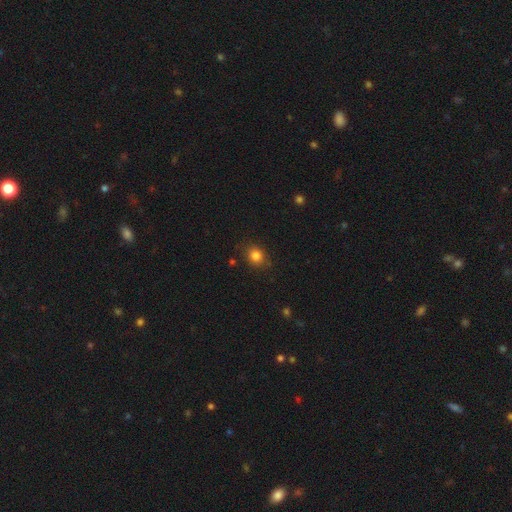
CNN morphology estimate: Smooth or featured?
  - smooth: 82% *
  - star or artifact: 11%
  - featured or disk: 6%
How rounded?
  - round: 61% *
  - in between: 38%
  - cigar-shaped: 1%
Merging?
  - none: 81% *
  - minor disturbance: 14%
  - major disturbance: 4%
  - merger: 2%